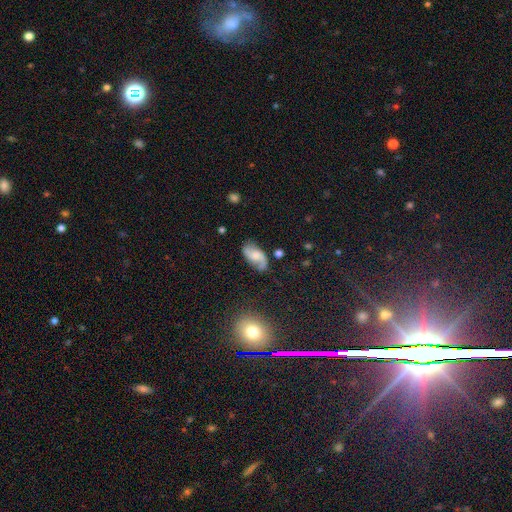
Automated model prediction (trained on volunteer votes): smooth_or_featured: featured or disk (p=0.68) [alt: smooth p=0.24]
disk_edge_on: no (p=0.96) [alt: yes p=0.04]
bar: no (p=0.56) [alt: weak p=0.37]
has_spiral_arms: yes (p=0.94) [alt: no p=0.06]
spiral_winding: loose (p=0.48) [alt: medium p=0.39]
spiral_arm_count: 2 (p=0.89) [alt: can't tell p=0.05]
bulge_size: moderate (p=0.40) [alt: small p=0.33]
merging: none (p=0.74) [alt: minor disturbance p=0.18]